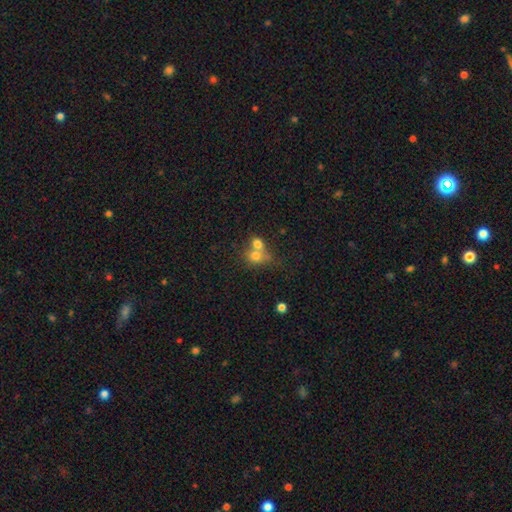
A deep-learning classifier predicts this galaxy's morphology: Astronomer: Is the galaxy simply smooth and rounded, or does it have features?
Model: smooth — 72%.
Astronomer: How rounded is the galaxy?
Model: round — 65%.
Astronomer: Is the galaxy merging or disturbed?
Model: merger — 62%.